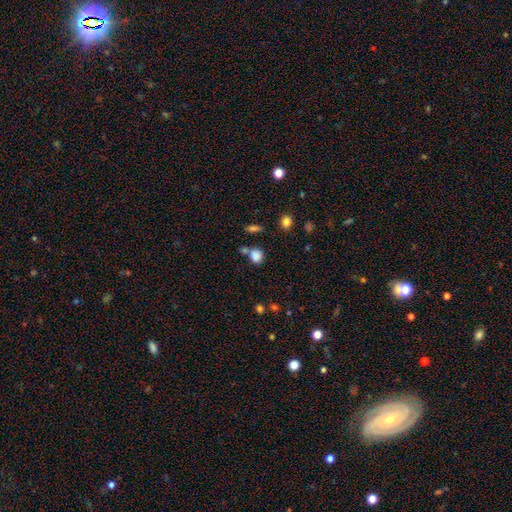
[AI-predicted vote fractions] A smooth galaxy with no disk features (83%) that is round (70%). Merging: none (58%).